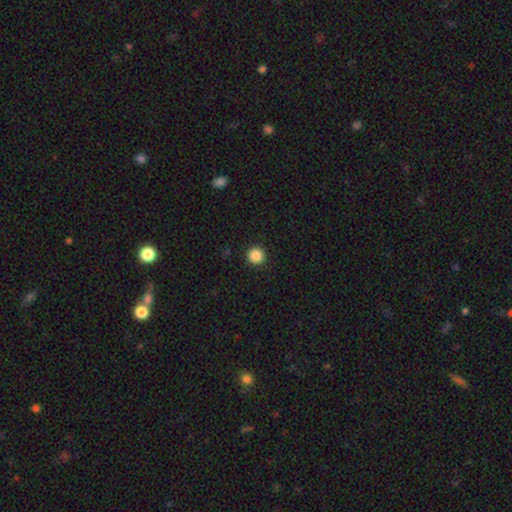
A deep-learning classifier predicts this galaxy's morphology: smooth_or_featured: smooth (p=0.87) [alt: star or artifact p=0.10]
how_rounded: round (p=0.96) [alt: in between p=0.03]
merging: none (p=0.93) [alt: minor disturbance p=0.04]